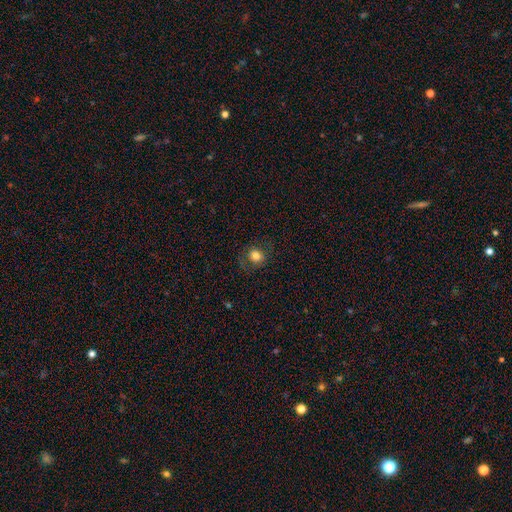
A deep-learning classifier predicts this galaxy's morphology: smooth 78%, star or artifact 12%, featured or disk 10%. Down the decision tree: how rounded — round (77%); merging — none (79%).